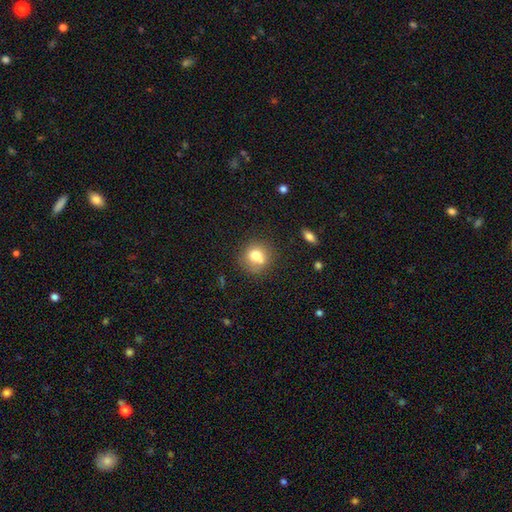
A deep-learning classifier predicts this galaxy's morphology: smooth-or-featured: smooth: 72% | featured or disk: 17% | star or artifact: 11%
  how-rounded: round: 84% | in between: 15% | cigar-shaped: 1%
  merging: none: 56% | merger: 24% | minor disturbance: 15% | major disturbance: 5%